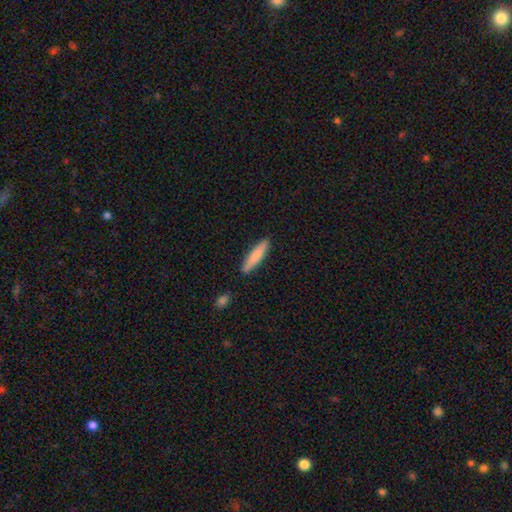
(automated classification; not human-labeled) Smooth or featured? Predicted: smooth (p=0.80). How rounded? Predicted: cigar-shaped (p=0.85). Merging? Predicted: none (p=0.88).